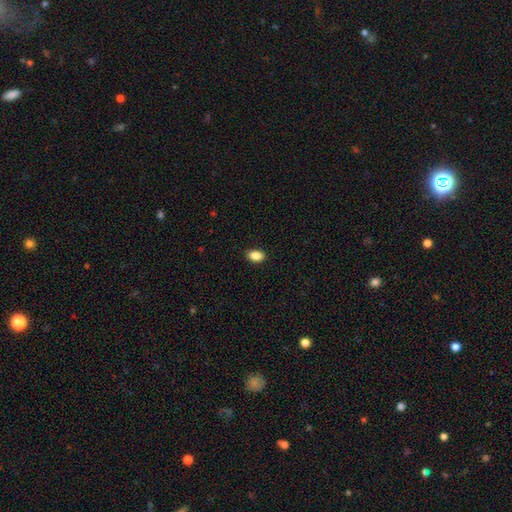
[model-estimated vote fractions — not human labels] Smooth or featured: smooth — 87% (star or artifact — 9%)
How rounded: in between — 87% (round — 12%)
Merging: none — 90% (minor disturbance — 8%)